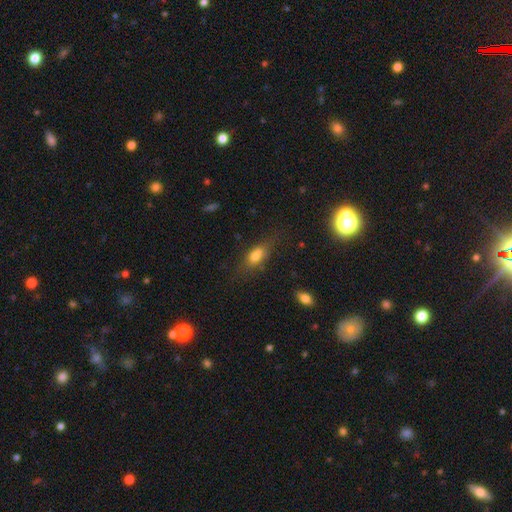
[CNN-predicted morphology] smooth-or-featured: smooth: 67% | featured or disk: 21% | star or artifact: 12%
  how-rounded: in between: 73% | cigar-shaped: 19% | round: 8%
  merging: none: 56% | minor disturbance: 23% | major disturbance: 13% | merger: 7%